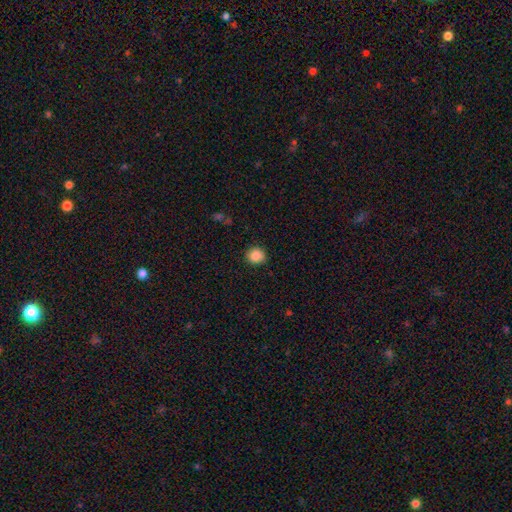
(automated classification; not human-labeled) Overall: smooth (87%). How rounded: round (82%). Merging: none (89%).